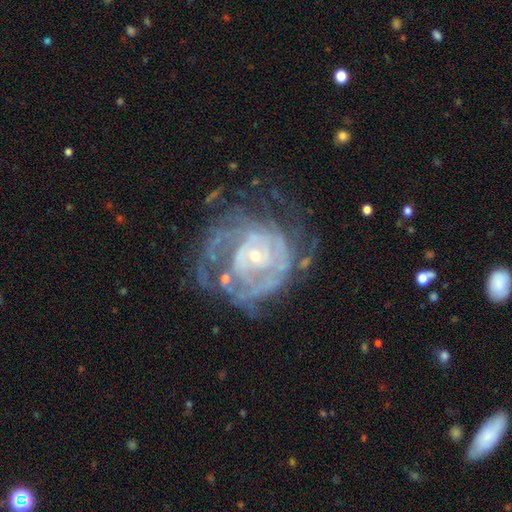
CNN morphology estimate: Q: Smooth or featured?
A: featured or disk (85%); runner-up: smooth (8%)
Q: Edge-on disk?
A: no (98%); runner-up: yes (2%)
Q: Bar?
A: no (74%); runner-up: weak (21%)
Q: Spiral arms?
A: yes (88%); runner-up: no (12%)
Q: Spiral winding?
A: tight (68%); runner-up: medium (24%)
Q: Spiral arm count?
A: can't tell (44%); runner-up: 2 (18%)
Q: Bulge size?
A: small (72%); runner-up: moderate (23%)
Q: Merging?
A: none (51%); runner-up: major disturbance (25%)